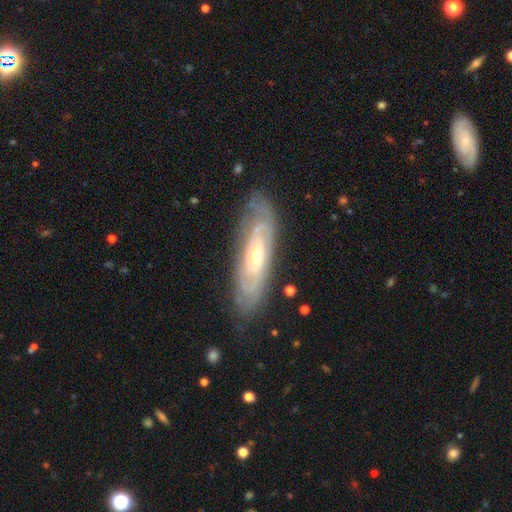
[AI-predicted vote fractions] Smooth or featured?
  - featured or disk: 77% *
  - smooth: 17%
  - star or artifact: 6%
Edge-on disk?
  - no: 77% *
  - yes: 23%
Bar?
  - no: 71% *
  - weak: 22%
  - strong: 7%
Spiral arms?
  - yes: 80% *
  - no: 20%
Bulge size?
  - small: 53% *
  - moderate: 43%
  - large: 2%
  - none: 1%
  - dominant: 1%
Merging?
  - none: 79% *
  - minor disturbance: 15%
  - major disturbance: 4%
  - merger: 1%